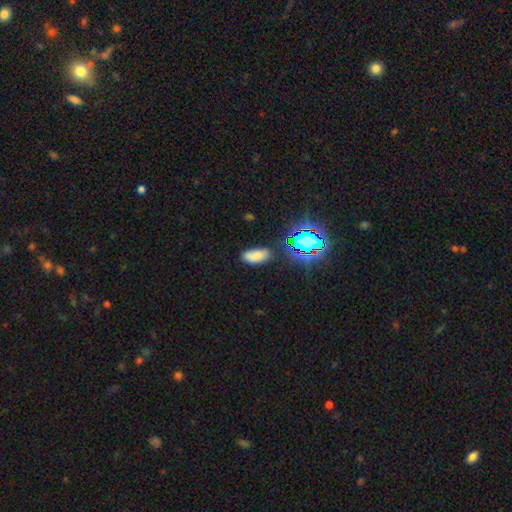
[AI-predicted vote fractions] smooth_or_featured: smooth (p=0.71) [alt: star or artifact p=0.20]
how_rounded: in between (p=0.88) [alt: cigar-shaped p=0.08]
merging: none (p=0.78) [alt: minor disturbance p=0.14]